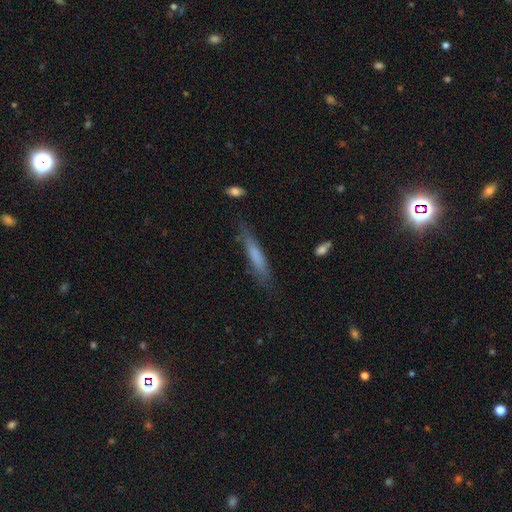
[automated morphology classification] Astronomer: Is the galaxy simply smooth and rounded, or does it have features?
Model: smooth — 67%.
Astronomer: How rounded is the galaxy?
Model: cigar-shaped — 87%.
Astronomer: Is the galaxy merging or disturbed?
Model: none — 75%.